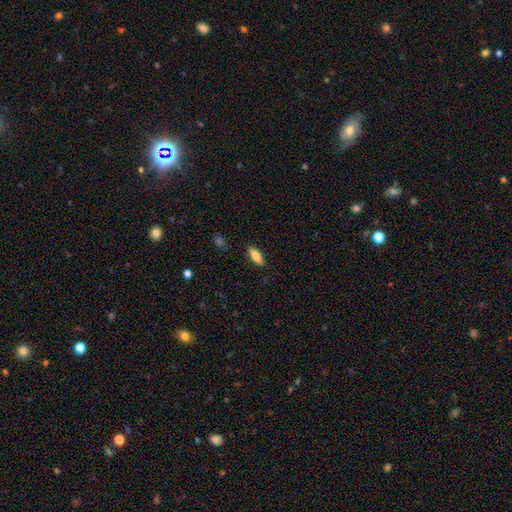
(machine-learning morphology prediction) smooth 78%, featured or disk 16%, star or artifact 7%. Down the decision tree: how rounded — in between (59%); merging — none (88%).